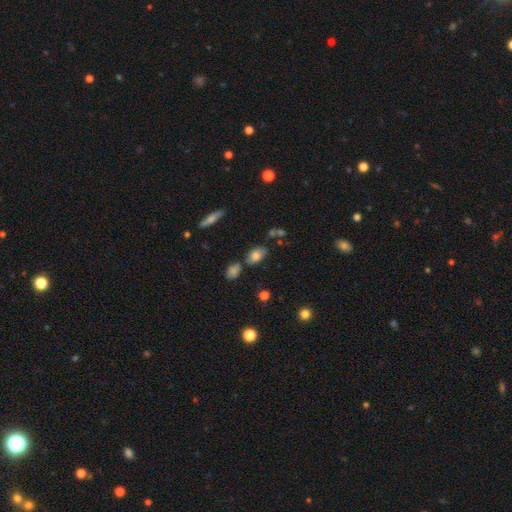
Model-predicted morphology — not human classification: Smooth or featured? smooth (75%)
How rounded? in between (87%)
Merging? none (66%)